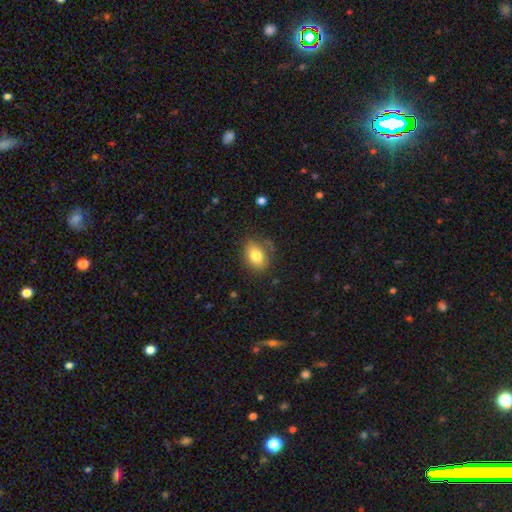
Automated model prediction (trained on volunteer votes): This is likely a smooth galaxy (80%). How rounded: likely in between (70%). Merging: likely none (75%).